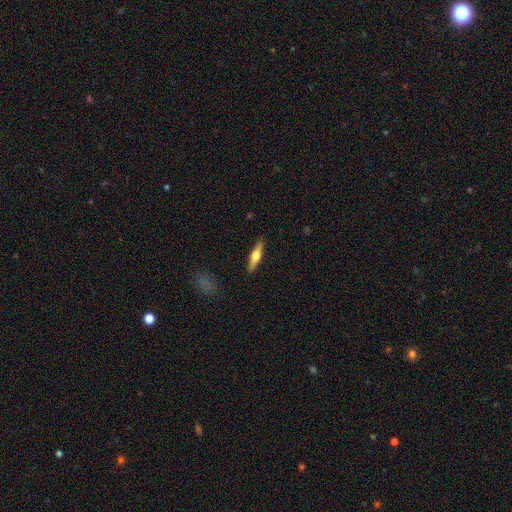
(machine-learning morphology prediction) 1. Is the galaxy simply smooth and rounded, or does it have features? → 60% featured or disk, 35% smooth, 5% star or artifact.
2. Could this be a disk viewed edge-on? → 96% yes, 4% no.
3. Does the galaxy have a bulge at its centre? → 95% rounded, 3% boxy, 2% none.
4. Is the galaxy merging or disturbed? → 90% none, 7% minor disturbance, 2% major disturbance, 1% merger.